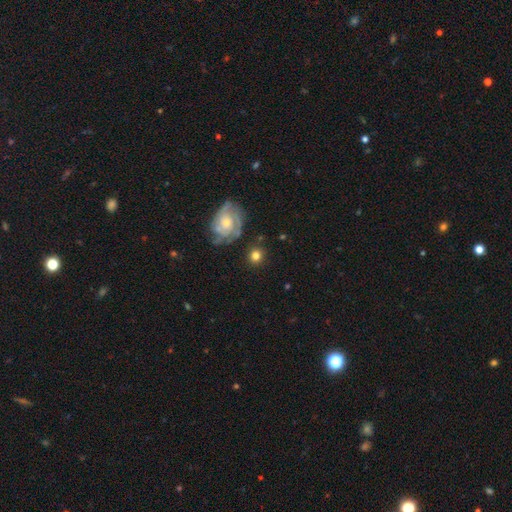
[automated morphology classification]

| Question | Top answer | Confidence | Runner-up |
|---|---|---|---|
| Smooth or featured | smooth | 71% | featured or disk (21%) |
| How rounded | round | 88% | in between (11%) |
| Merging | none | 83% | minor disturbance (9%) |